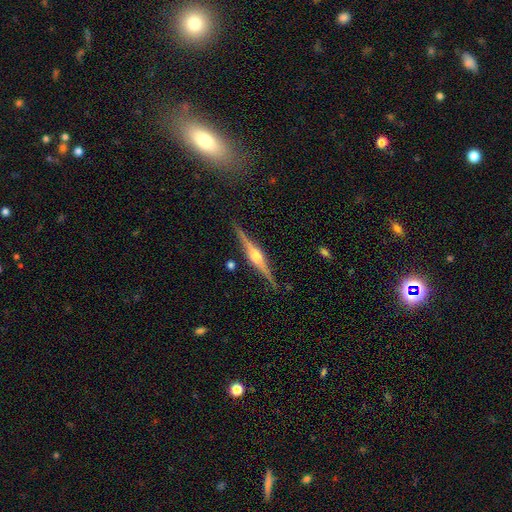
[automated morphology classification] Smooth or featured?
  - featured or disk: 83% *
  - smooth: 11%
  - star or artifact: 6%
Edge-on disk?
  - yes: 98% *
  - no: 2%
Edge-on bulge?
  - rounded: 80% *
  - boxy: 16%
  - none: 4%
Merging?
  - none: 87% *
  - minor disturbance: 9%
  - major disturbance: 2%
  - merger: 2%